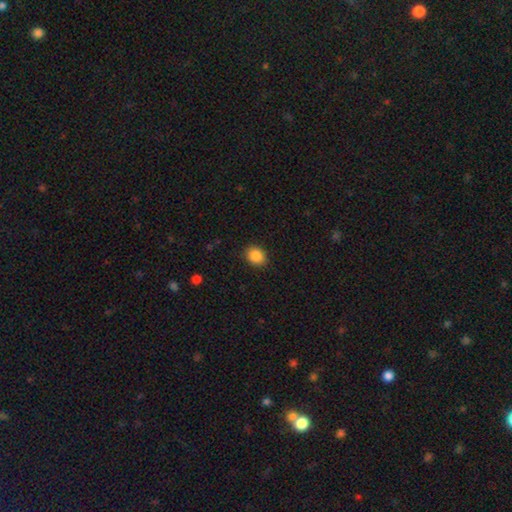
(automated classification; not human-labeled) smooth 88%, star or artifact 9%, featured or disk 3%. Down the decision tree: how rounded — round (54%); merging — none (88%).